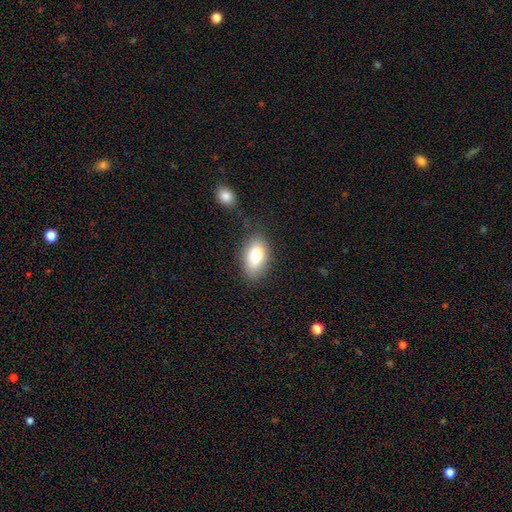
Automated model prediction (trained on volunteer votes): Smooth or featured? smooth (84%)
How rounded? in between (92%)
Merging? none (78%)